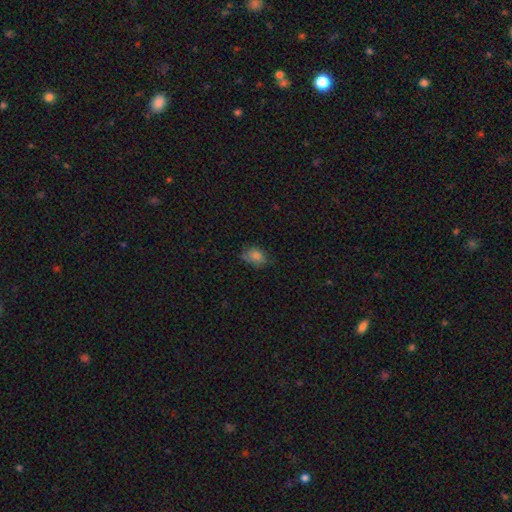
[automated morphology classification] This is likely a smooth galaxy (79%). How rounded: likely in between (75%). Merging: likely none (63%).